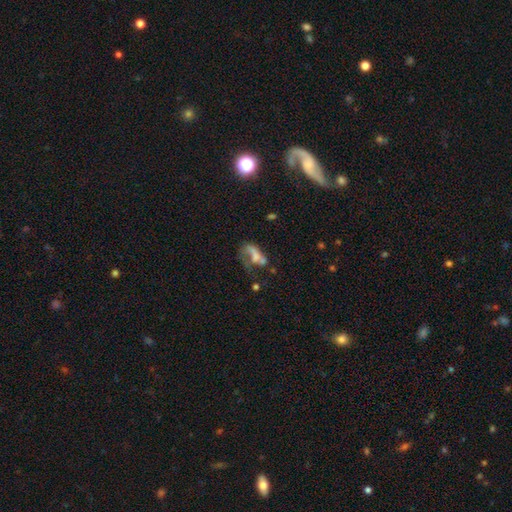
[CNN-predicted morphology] This is possibly a smooth galaxy (47%). Merging: marginally major disturbance (41%).